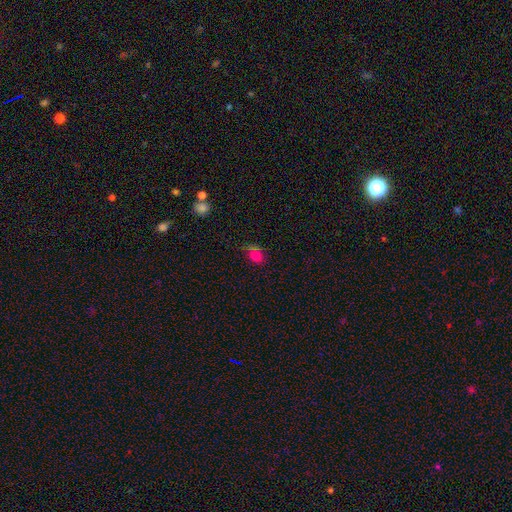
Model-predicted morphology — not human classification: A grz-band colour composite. It shows a smooth galaxy with no disk features (77%) that is in between round and cigar-shaped (60%). Merging: none (50%).